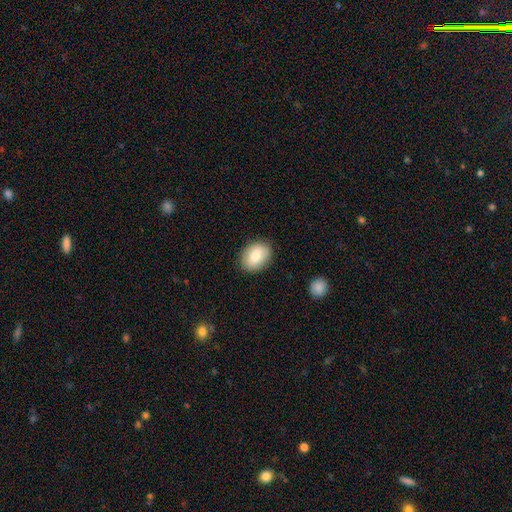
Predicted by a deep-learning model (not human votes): This is clearly a smooth galaxy (81%). How rounded: likely in between (74%). Merging: clearly none (87%).